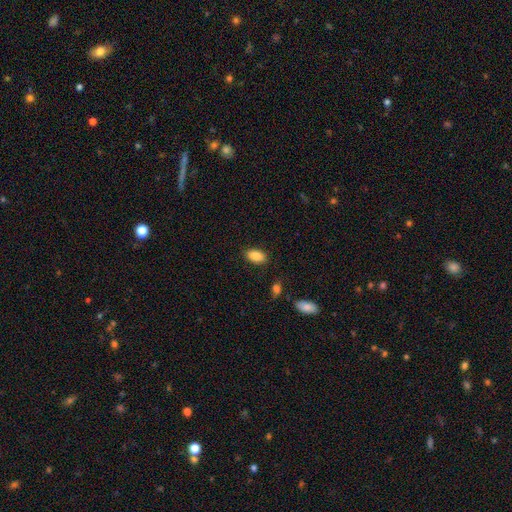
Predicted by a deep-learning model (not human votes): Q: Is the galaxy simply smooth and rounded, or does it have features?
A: smooth — 86%.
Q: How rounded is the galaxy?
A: in between — 92%.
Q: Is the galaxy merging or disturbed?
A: none — 86%.